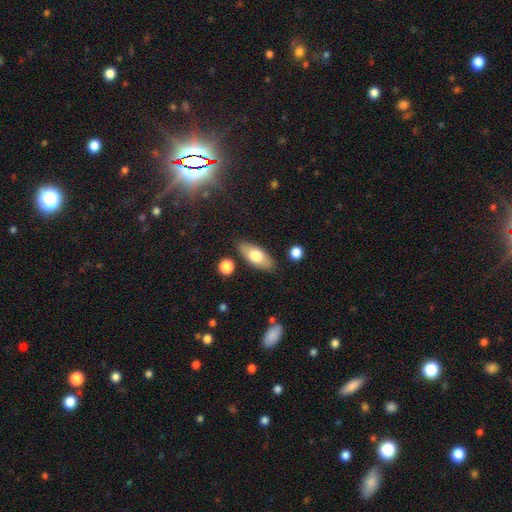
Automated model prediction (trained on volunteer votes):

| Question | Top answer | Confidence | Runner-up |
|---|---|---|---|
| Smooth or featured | smooth | 69% | featured or disk (25%) |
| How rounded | in between | 81% | cigar-shaped (16%) |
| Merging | none | 83% | minor disturbance (11%) |